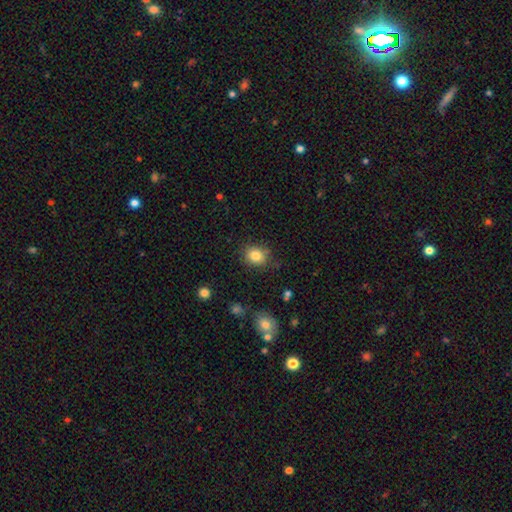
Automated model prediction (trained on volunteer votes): Smooth or featured? smooth (83%)
How rounded? round (68%)
Merging? none (80%)